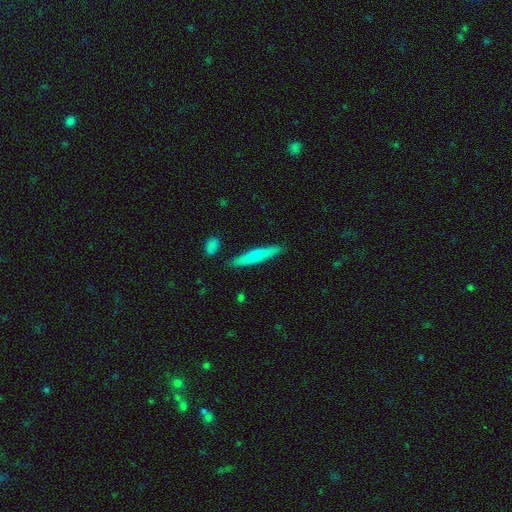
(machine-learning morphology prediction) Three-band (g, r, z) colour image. It shows a smooth galaxy with no disk features (55%) that is cigar-shaped (92%). Merging: none (87%).